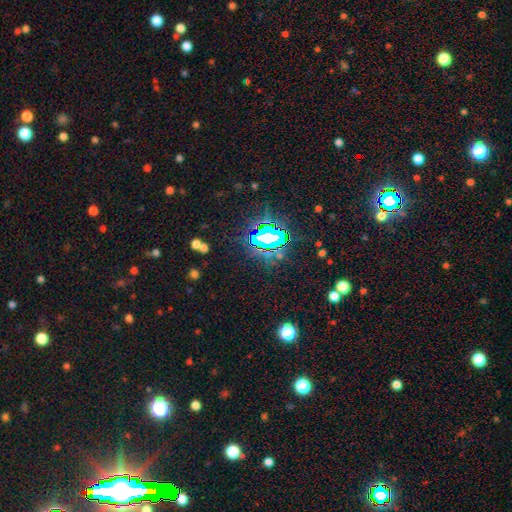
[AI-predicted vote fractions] Morphology: type=star or artifact (84%).